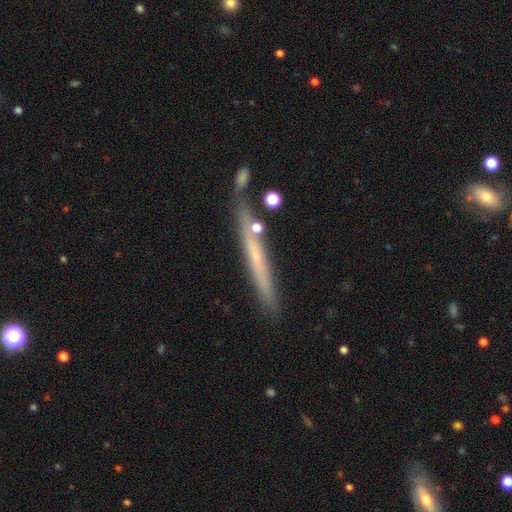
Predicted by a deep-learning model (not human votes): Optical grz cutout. It shows a featured or disk galaxy (51%) viewed edge-on (92%). Merging: none (75%).